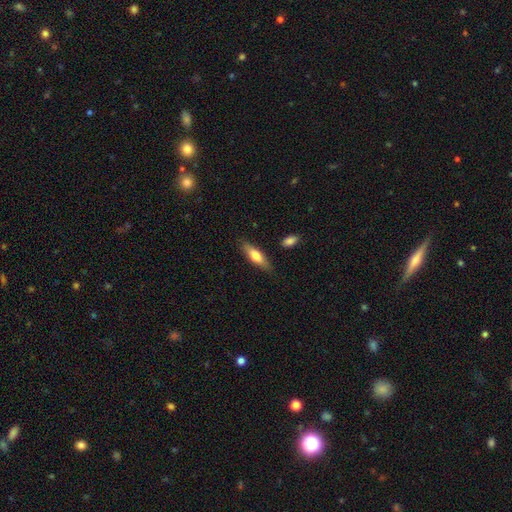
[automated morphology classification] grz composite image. It shows a smooth galaxy with no disk features (69%) that is cigar-shaped (52%). Merging: none (82%).